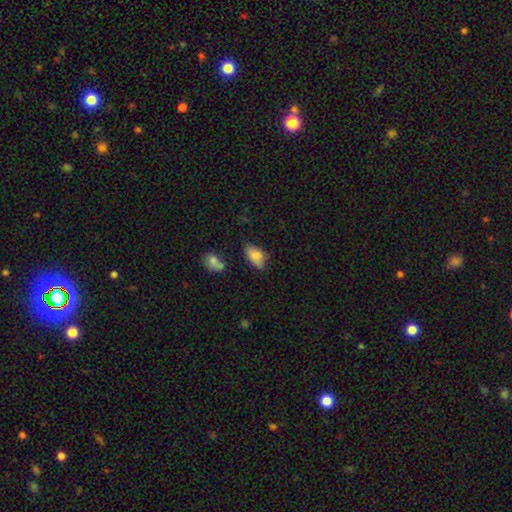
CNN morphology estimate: smooth_or_featured: smooth (p=0.80) [alt: featured or disk p=0.12]
how_rounded: in between (p=0.91) [alt: round p=0.05]
merging: none (p=0.57) [alt: minor disturbance p=0.30]